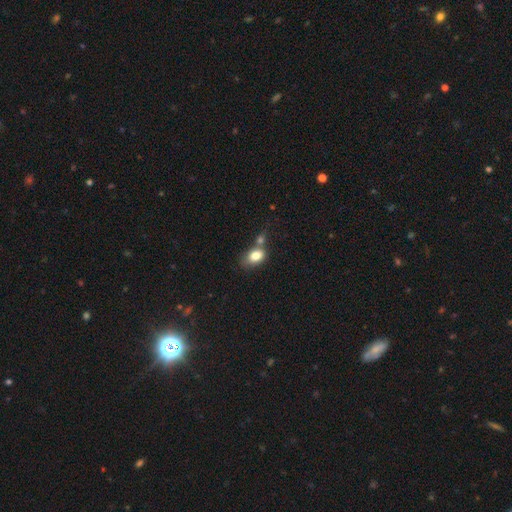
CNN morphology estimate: A smooth galaxy with no disk features (80%) that is in between round and cigar-shaped (81%).

Vote fractions:
- Smooth or featured? smooth: 80% / featured or disk: 12% / star or artifact: 8%
- How rounded? in between: 81% / round: 17% / cigar-shaped: 2%
- Merging? none: 39% / merger: 36% / minor disturbance: 18% / major disturbance: 8%